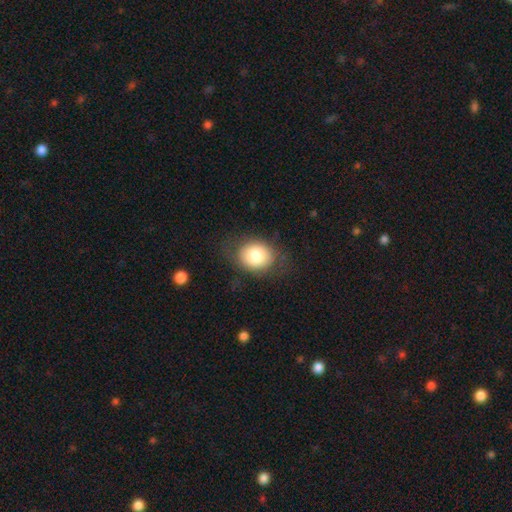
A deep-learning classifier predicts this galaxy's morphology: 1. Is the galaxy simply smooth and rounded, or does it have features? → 79% smooth, 13% featured or disk, 8% star or artifact.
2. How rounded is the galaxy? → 54% round, 45% in between, 1% cigar-shaped.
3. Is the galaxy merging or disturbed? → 75% none, 16% minor disturbance, 8% major disturbance, 1% merger.